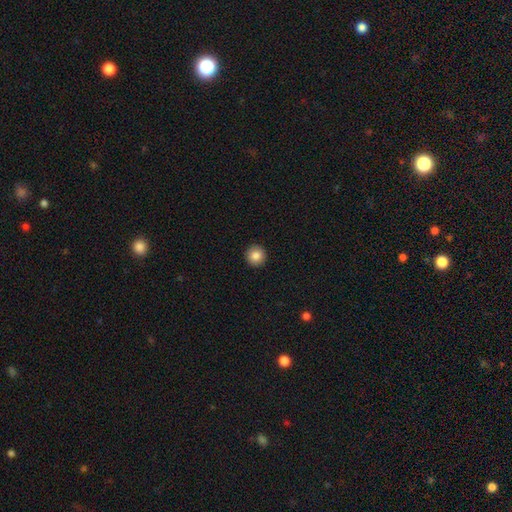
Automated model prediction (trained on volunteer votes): This is clearly a smooth galaxy (85%). How rounded: clearly round (95%). Merging: clearly none (93%).